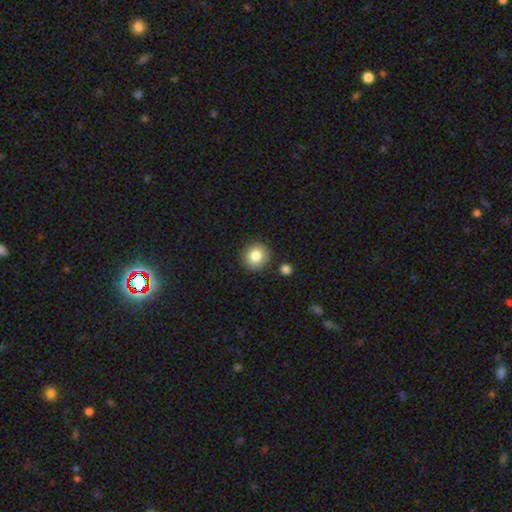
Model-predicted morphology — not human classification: smooth 83%, star or artifact 10%, featured or disk 8%. Down the decision tree: how rounded — round (91%); merging — none (87%).